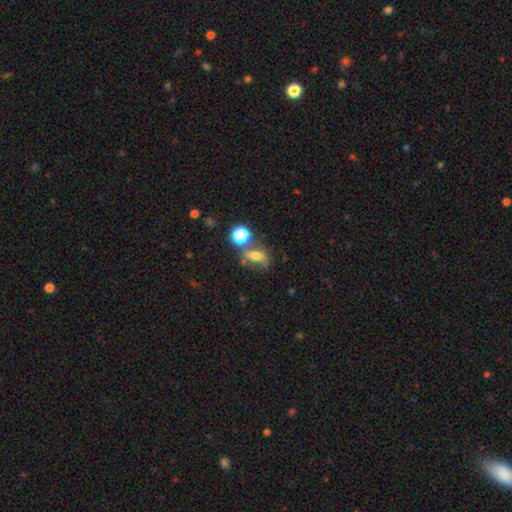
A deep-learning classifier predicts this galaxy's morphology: Smooth or featured? smooth (51%)
How rounded? in between (62%)
Merging? none (49%)